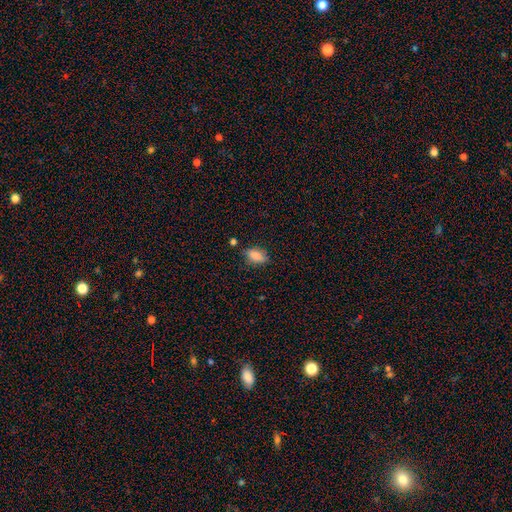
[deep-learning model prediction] A smooth galaxy with no disk features (85%) that is in between round and cigar-shaped (88%). Merging: none (77%).